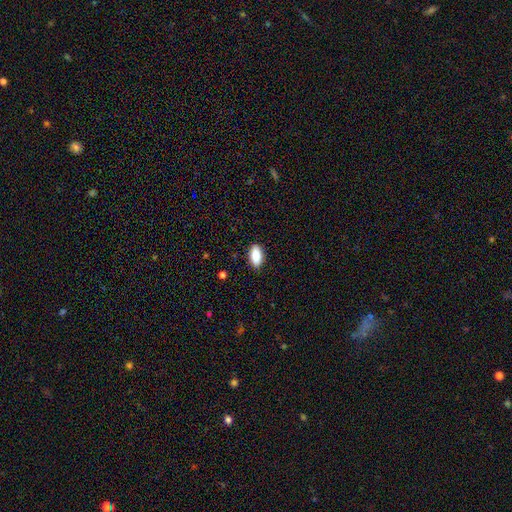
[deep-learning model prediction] Overall: smooth (81%). How rounded: in between (90%). Merging: none (89%).